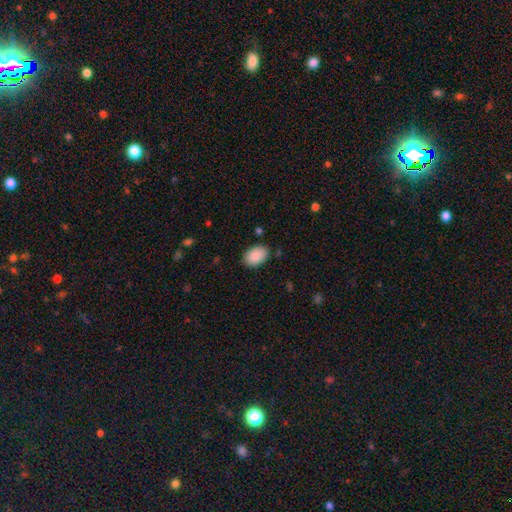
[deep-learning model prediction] Morphology: type=smooth (90%); roundness=in between (88%); merging=none (84%).